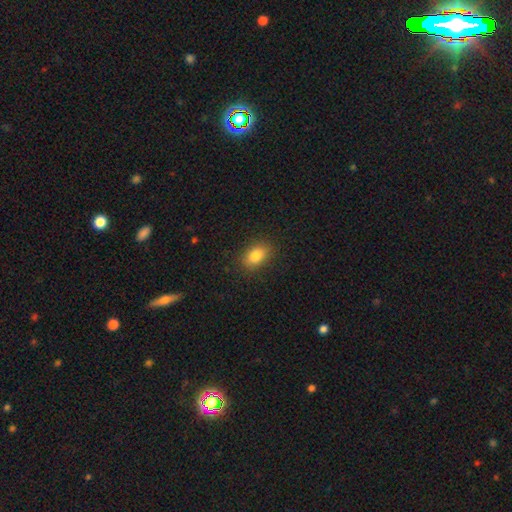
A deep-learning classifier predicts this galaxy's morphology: This appears to be a smooth galaxy with no disk features (83%) that is in between round and cigar-shaped (82%). Merging: none (87%).